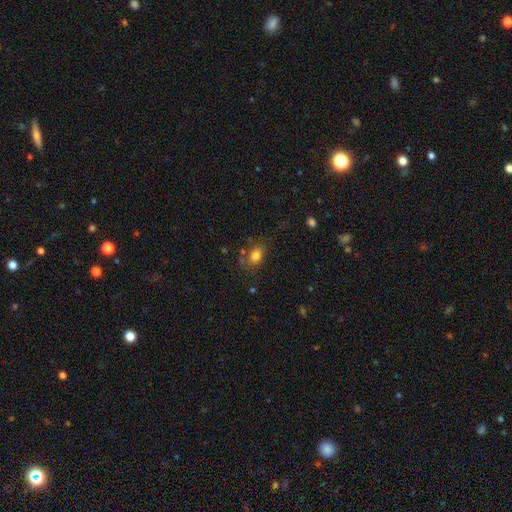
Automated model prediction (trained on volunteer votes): smooth_or_featured: smooth (p=0.79) [alt: star or artifact p=0.11]
how_rounded: in between (p=0.70) [alt: round p=0.29]
merging: none (p=0.66) [alt: minor disturbance p=0.20]